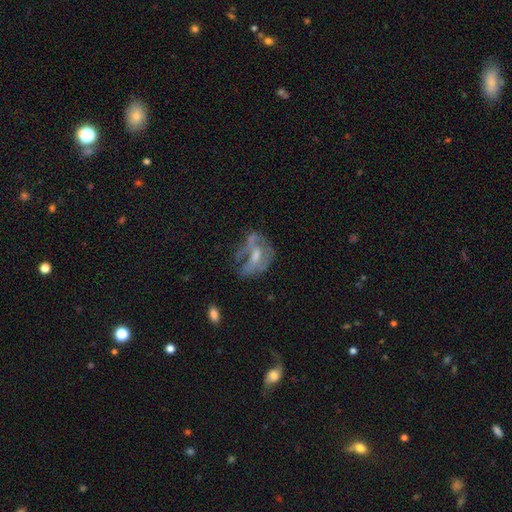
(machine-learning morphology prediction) Overall: featured or disk (63%; smooth 24%). Edge-on disk: no (95%). Bar: no (53%; weak 34%). Spiral arms: no (64%; yes 36%). Bulge size: moderate (45%; small 33%). Merging: none (38%; major disturbance 30%).